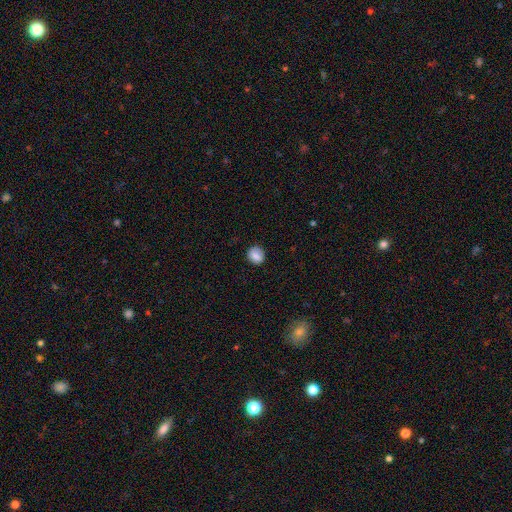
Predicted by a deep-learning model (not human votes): Smooth or featured? Predicted: smooth (p=0.83). How rounded? Predicted: round (p=0.77). Merging? Predicted: none (p=0.84).